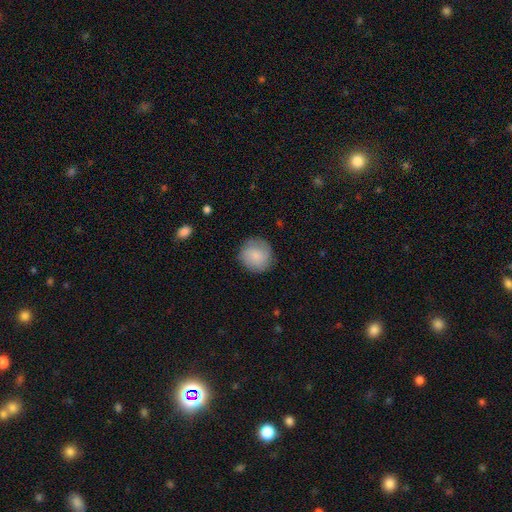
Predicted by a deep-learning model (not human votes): Smooth or featured?
  - smooth: 79% *
  - featured or disk: 15%
  - star or artifact: 7%
How rounded?
  - round: 92% *
  - in between: 7%
  - cigar-shaped: 1%
Merging?
  - none: 83% *
  - minor disturbance: 13%
  - major disturbance: 3%
  - merger: 1%